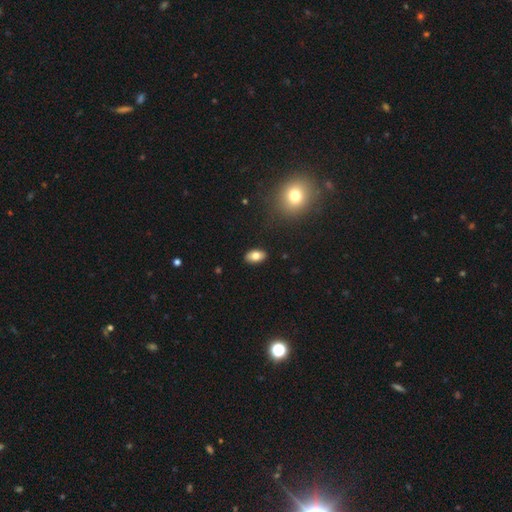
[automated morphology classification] Smooth or featured? Predicted: smooth (p=0.79). How rounded? Predicted: in between (p=0.91). Merging? Predicted: none (p=0.89).